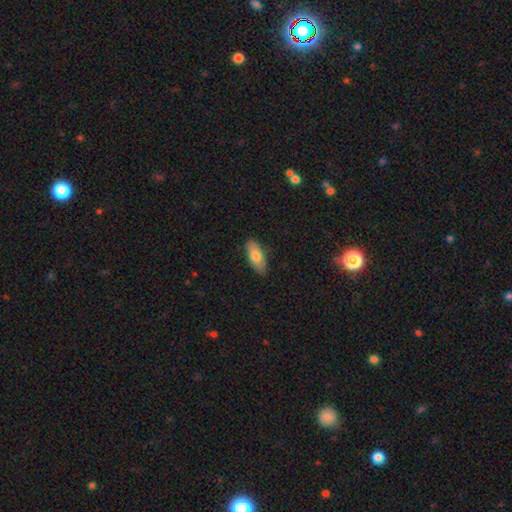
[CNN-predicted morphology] A smooth galaxy with no disk features (78%) that is in between round and cigar-shaped (83%). Merging: none (86%).